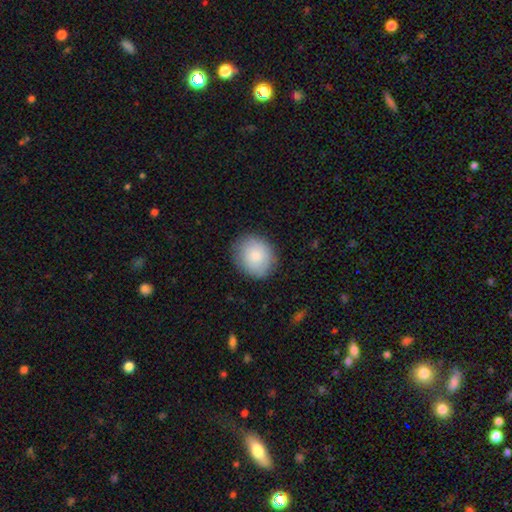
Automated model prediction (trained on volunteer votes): smooth 82%, featured or disk 11%, star or artifact 7%. Down the decision tree: how rounded — round (69%); merging — none (83%).